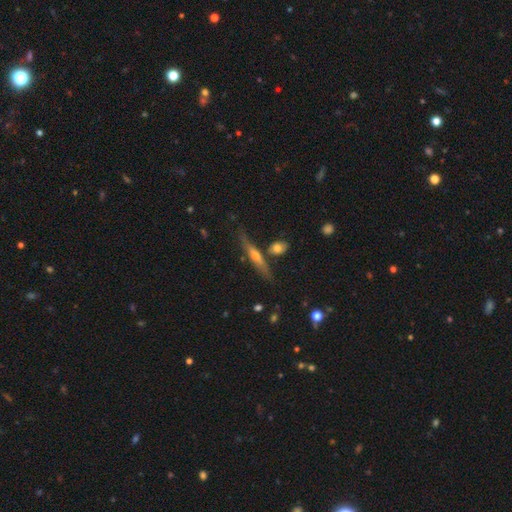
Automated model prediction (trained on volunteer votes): Smooth or featured? Predicted: featured or disk (p=0.60). Edge-on disk? Predicted: yes (p=0.93). Edge-on bulge? Predicted: rounded (p=0.77). Merging? Predicted: none (p=0.72).